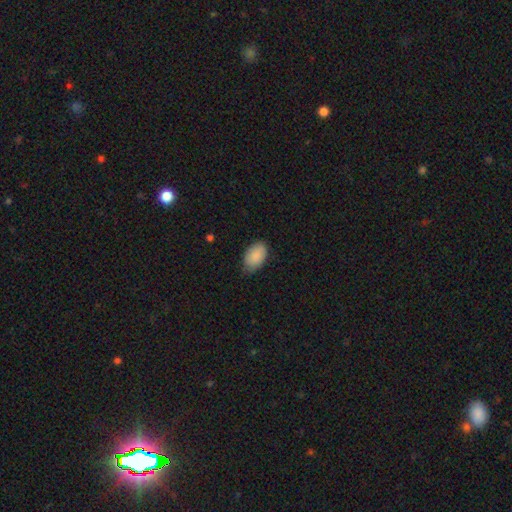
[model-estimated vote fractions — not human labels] Overall: smooth (89%). How rounded: in between (93%). Merging: none (75%).